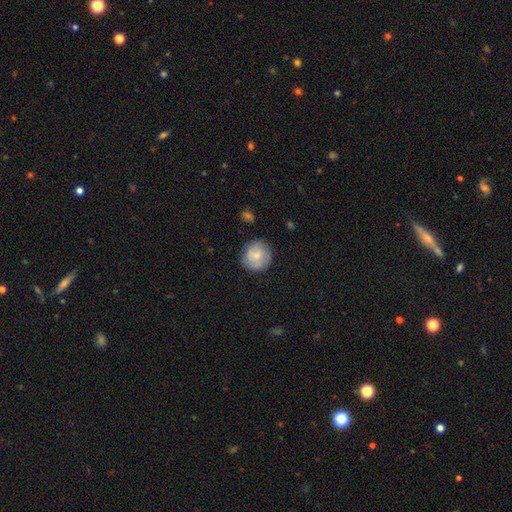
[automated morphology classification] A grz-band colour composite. It shows a smooth galaxy with no disk features (67%) that is round (91%). Merging: none (79%).